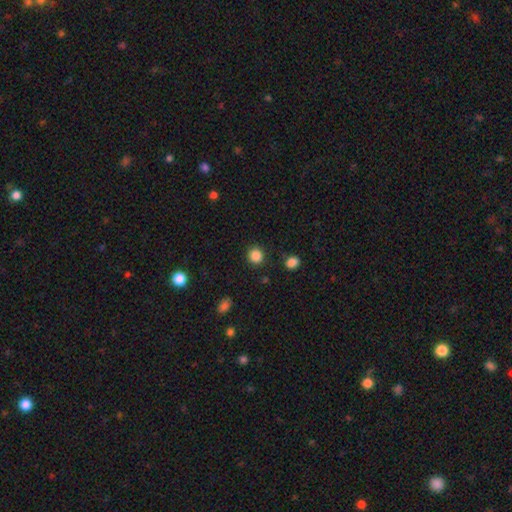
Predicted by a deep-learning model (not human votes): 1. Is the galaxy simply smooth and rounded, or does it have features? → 86% smooth, 11% star or artifact, 4% featured or disk.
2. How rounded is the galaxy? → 88% round, 11% in between, 1% cigar-shaped.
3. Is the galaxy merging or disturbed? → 89% none, 7% minor disturbance, 2% major disturbance, 2% merger.